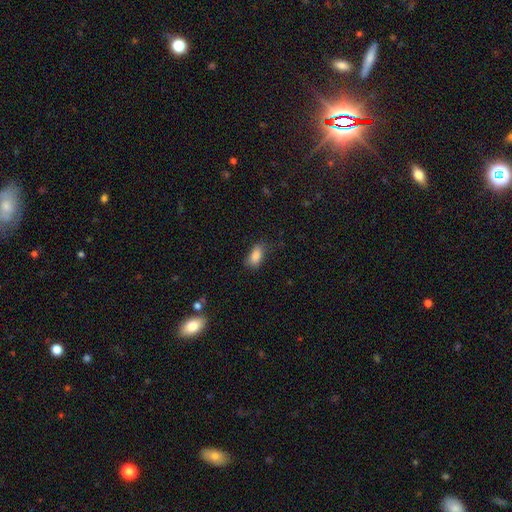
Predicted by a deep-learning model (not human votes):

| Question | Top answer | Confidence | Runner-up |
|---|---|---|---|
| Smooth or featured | smooth | 85% | star or artifact (8%) |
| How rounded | in between | 89% | round (7%) |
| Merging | none | 69% | minor disturbance (23%) |